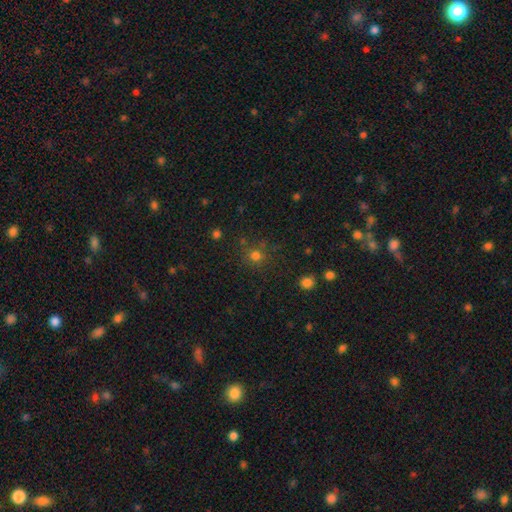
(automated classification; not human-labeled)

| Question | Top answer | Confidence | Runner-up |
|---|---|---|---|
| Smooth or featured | smooth | 73% | star or artifact (20%) |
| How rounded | round | 87% | in between (12%) |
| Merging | none | 76% | minor disturbance (12%) |